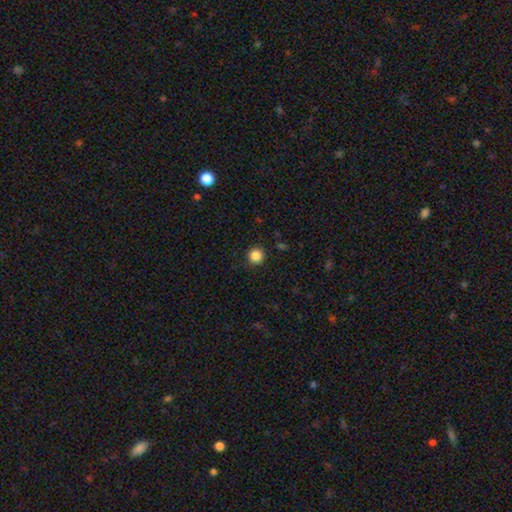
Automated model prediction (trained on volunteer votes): Smooth or featured? Predicted: smooth (p=0.87). How rounded? Predicted: round (p=0.95). Merging? Predicted: none (p=0.91).